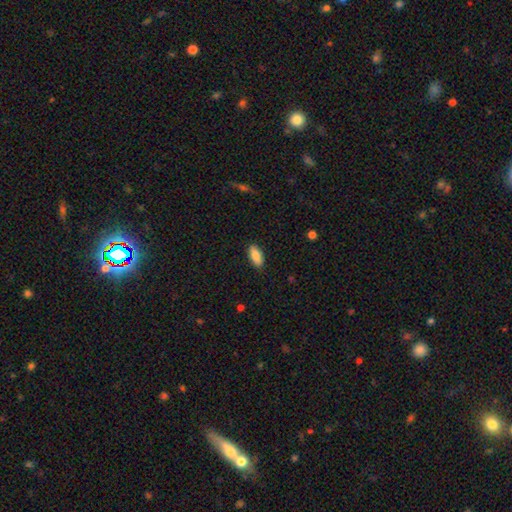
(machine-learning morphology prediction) Overall: smooth (87%). How rounded: in between (86%). Merging: none (89%).